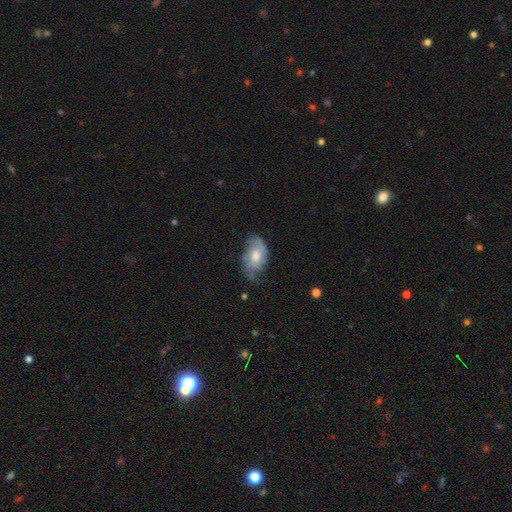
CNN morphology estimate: featured or disk 53%, smooth 41%, star or artifact 7%. Down the decision tree: edge-on disk — no (93%); merging — none (48%).